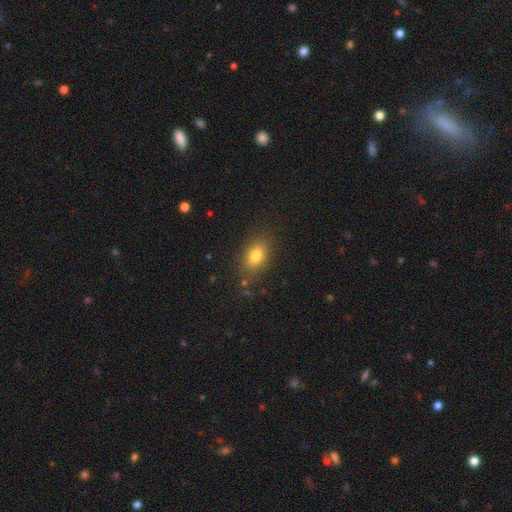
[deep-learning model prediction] Smooth or featured? Predicted: smooth (p=0.80). How rounded? Predicted: in between (p=0.81). Merging? Predicted: none (p=0.82).